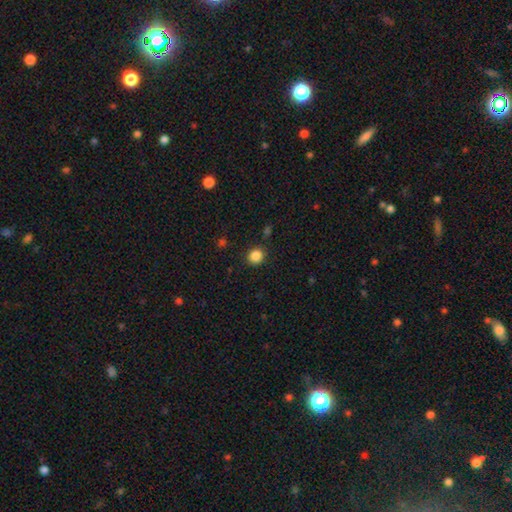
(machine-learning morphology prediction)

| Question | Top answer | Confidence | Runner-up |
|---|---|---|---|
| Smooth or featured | smooth | 86% | star or artifact (11%) |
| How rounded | round | 81% | in between (18%) |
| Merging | none | 88% | minor disturbance (8%) |